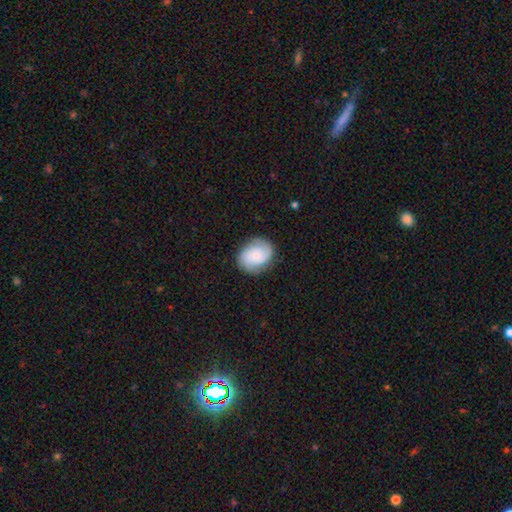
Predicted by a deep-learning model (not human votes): This is possibly a featured or disk galaxy (53%). It is clearly not viewed edge-on (97%). Bar: likely no (75%). Spiral arm pattern: clearly yes (91%). Central bulge: likely small (68%). Merging: likely none (79%).